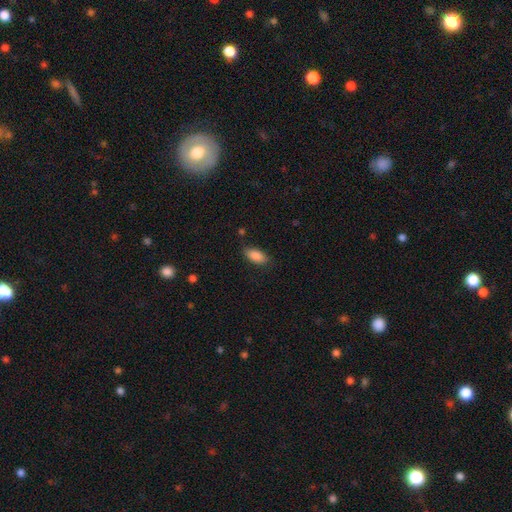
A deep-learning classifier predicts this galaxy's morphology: smooth 88%, star or artifact 7%, featured or disk 5%. Down the decision tree: how rounded — in between (90%); merging — none (82%).